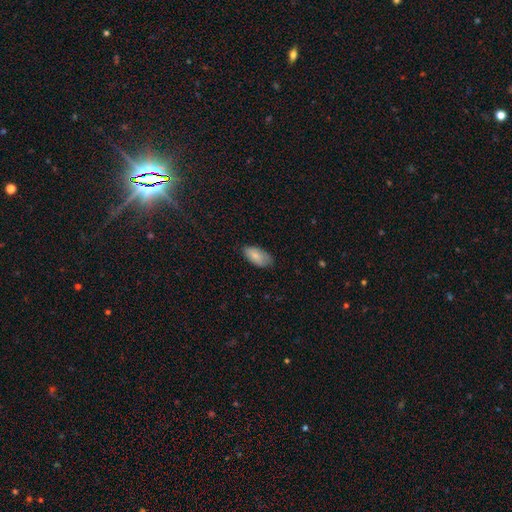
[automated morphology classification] Smooth or featured: smooth — 83% (featured or disk — 11%)
How rounded: in between — 93% (cigar-shaped — 4%)
Merging: none — 73% (minor disturbance — 22%)